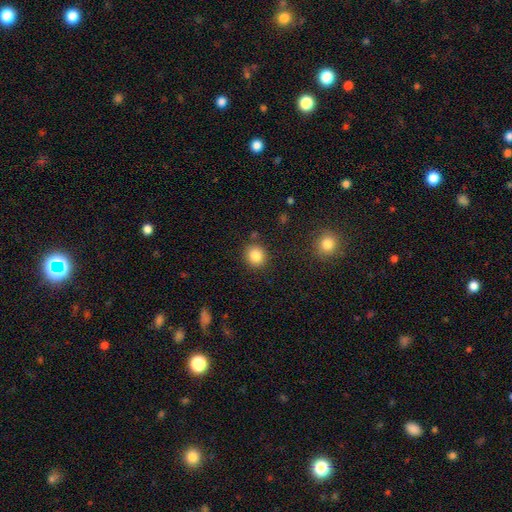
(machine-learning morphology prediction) Q: Smooth or featured?
A: smooth (85%); runner-up: star or artifact (10%)
Q: How rounded?
A: round (83%); runner-up: in between (16%)
Q: Merging?
A: none (87%); runner-up: minor disturbance (8%)